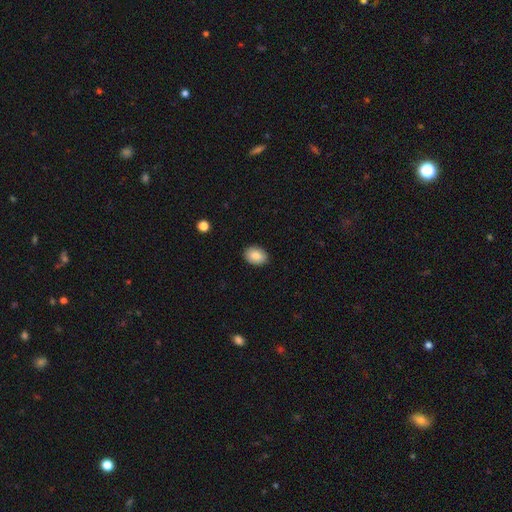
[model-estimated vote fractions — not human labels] Smooth or featured?
  - smooth: 84% *
  - featured or disk: 9%
  - star or artifact: 7%
How rounded?
  - in between: 76% *
  - round: 23%
  - cigar-shaped: 1%
Merging?
  - none: 88% *
  - minor disturbance: 9%
  - major disturbance: 2%
  - merger: 1%